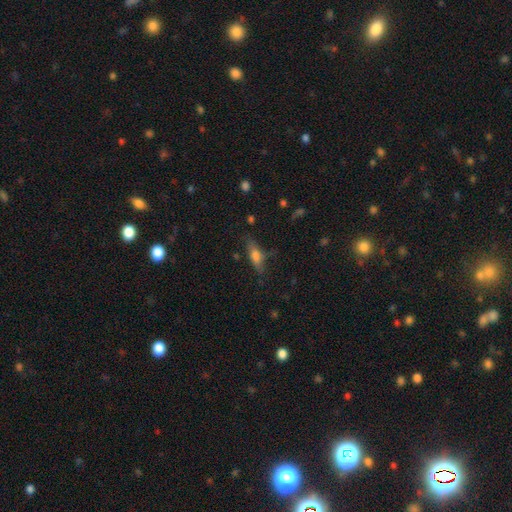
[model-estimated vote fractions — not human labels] This is possibly a smooth galaxy (59%). How rounded: possibly cigar-shaped (50%). Merging: likely none (70%).